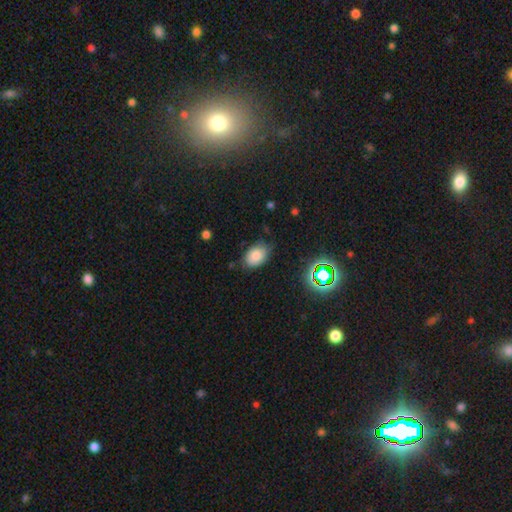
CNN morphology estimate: Q: Smooth or featured?
A: smooth (80%); runner-up: star or artifact (11%)
Q: How rounded?
A: in between (84%); runner-up: round (14%)
Q: Merging?
A: none (71%); runner-up: minor disturbance (23%)